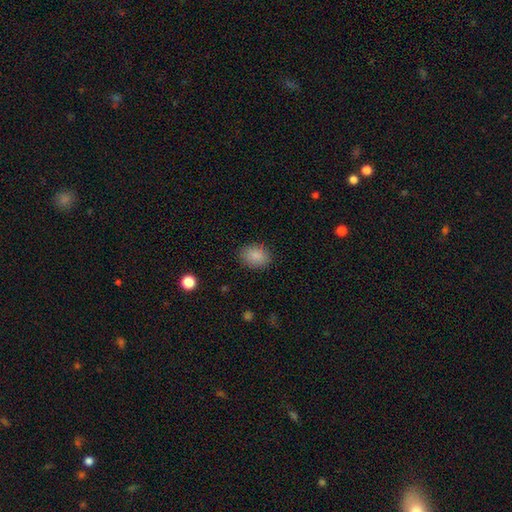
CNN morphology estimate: smooth_or_featured: smooth (p=0.87) [alt: star or artifact p=0.09]
how_rounded: in between (p=0.69) [alt: round p=0.30]
merging: none (p=0.86) [alt: minor disturbance p=0.10]